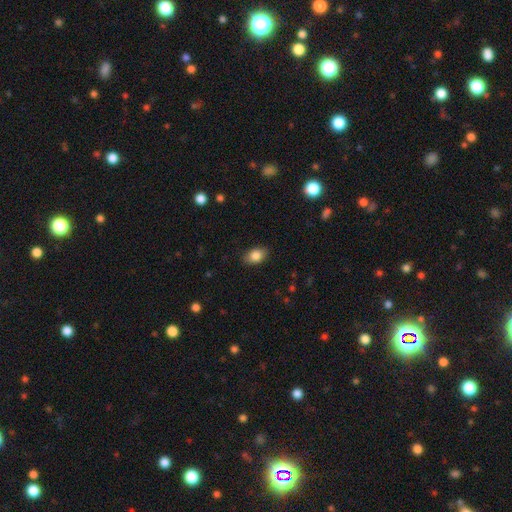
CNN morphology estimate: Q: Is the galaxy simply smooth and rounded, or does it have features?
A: smooth — 85%.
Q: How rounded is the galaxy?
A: in between — 84%.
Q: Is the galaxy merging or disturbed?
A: none — 85%.